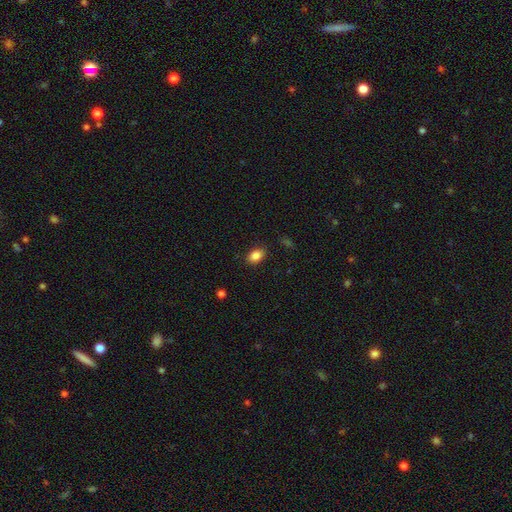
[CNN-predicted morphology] Overall: smooth (86%). How rounded: in between (84%). Merging: none (86%).